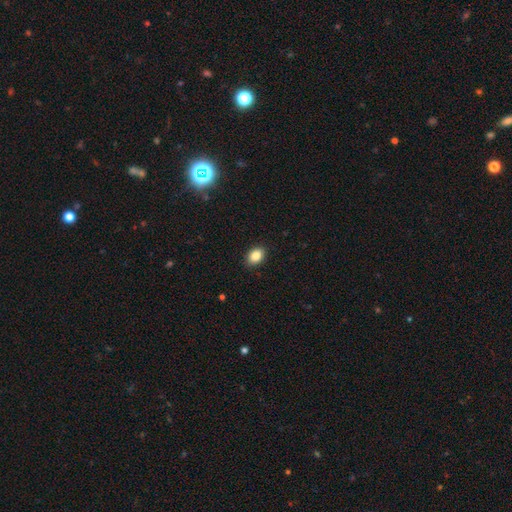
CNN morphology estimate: This appears to be a smooth galaxy with no disk features (86%) that is in between round and cigar-shaped (80%). Merging: none (89%).